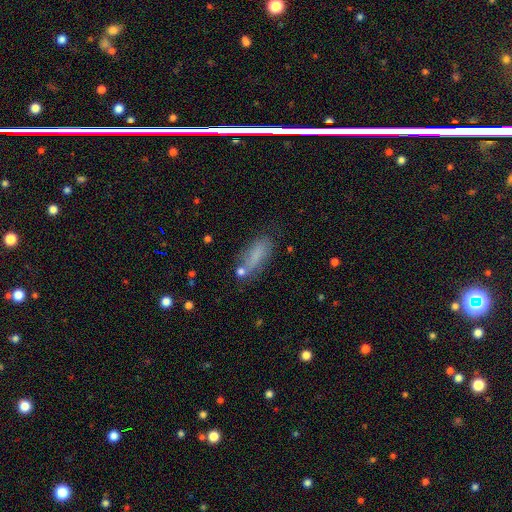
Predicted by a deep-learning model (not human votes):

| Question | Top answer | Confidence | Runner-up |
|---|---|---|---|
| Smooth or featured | smooth | 75% | featured or disk (15%) |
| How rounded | in between | 69% | cigar-shaped (28%) |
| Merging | none | 58% | minor disturbance (23%) |